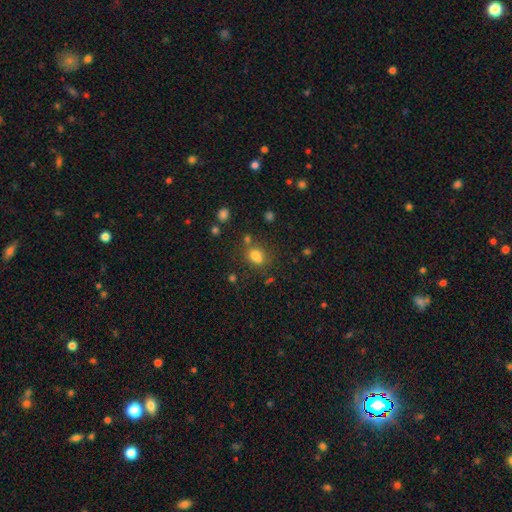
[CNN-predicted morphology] Smooth or featured: smooth — 76% (star or artifact — 16%)
How rounded: round — 60% (in between — 39%)
Merging: none — 60% (merger — 19%)